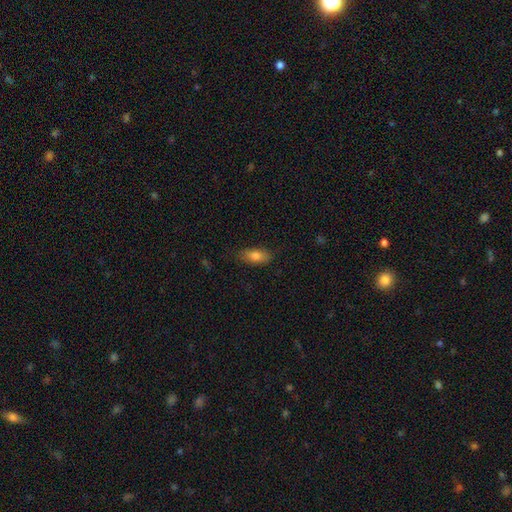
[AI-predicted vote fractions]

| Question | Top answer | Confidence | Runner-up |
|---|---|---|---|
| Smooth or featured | smooth | 79% | featured or disk (13%) |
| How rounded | in between | 83% | cigar-shaped (13%) |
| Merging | none | 82% | minor disturbance (14%) |